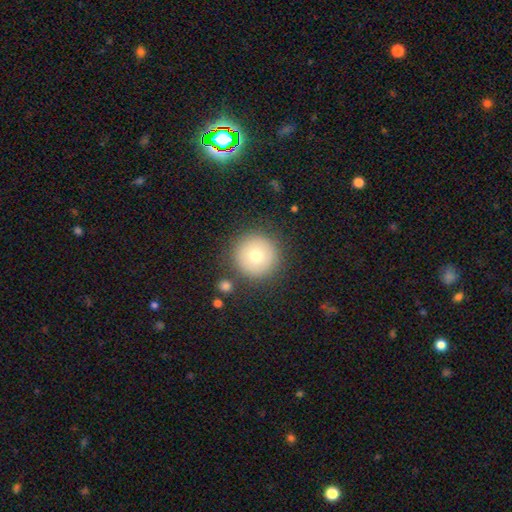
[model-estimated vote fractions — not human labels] smooth 72%, featured or disk 18%, star or artifact 10%. Down the decision tree: how rounded — round (96%); merging — none (87%).